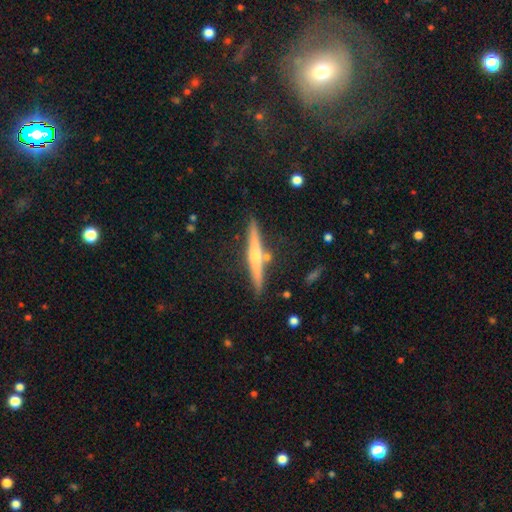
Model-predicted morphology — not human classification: The model was most divided on "smooth or featured": featured or disk: 57%, smooth: 36%, star or artifact: 7%. More confident: edge-on disk — yes (97%); merging — none (83%); edge-on bulge — rounded (67%).